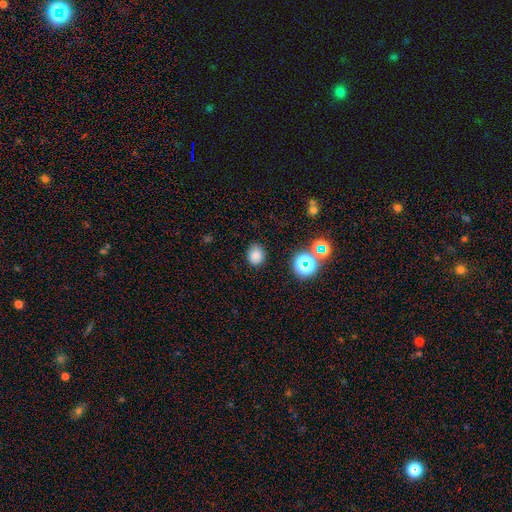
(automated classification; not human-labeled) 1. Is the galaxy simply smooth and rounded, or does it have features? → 78% smooth, 16% star or artifact, 6% featured or disk.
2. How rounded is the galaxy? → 68% round, 31% in between, 1% cigar-shaped.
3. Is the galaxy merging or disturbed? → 84% none, 11% minor disturbance, 3% major disturbance, 2% merger.